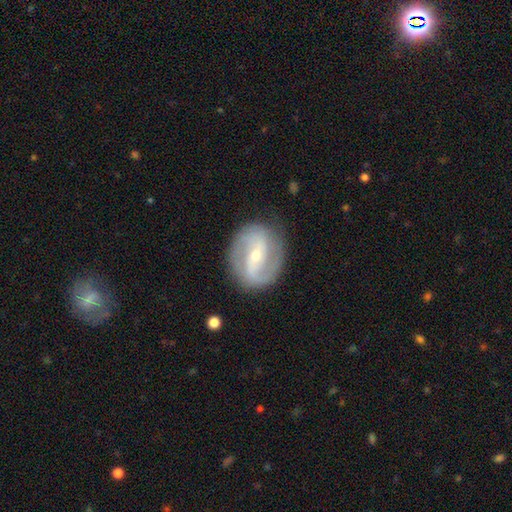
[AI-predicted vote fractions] smooth-or-featured: featured or disk: 85% | smooth: 9% | star or artifact: 5%
  disk-edge-on: no: 97% | yes: 3%
    bar: strong: 38% | weak: 37% | no: 25%
    has-spiral-arms: yes: 94% | no: 6%
      spiral-winding: medium: 47% | tight: 29% | loose: 24%
      spiral-arm-count: 2: 88% | can't tell: 5% | 3: 3% | 1: 2% | 4: 1% | more than 4: 1%
    bulge-size: small: 63% | moderate: 34% | large: 1% | none: 1% | dominant: 1%
  merging: none: 82% | minor disturbance: 12% | major disturbance: 5% | merger: 1%